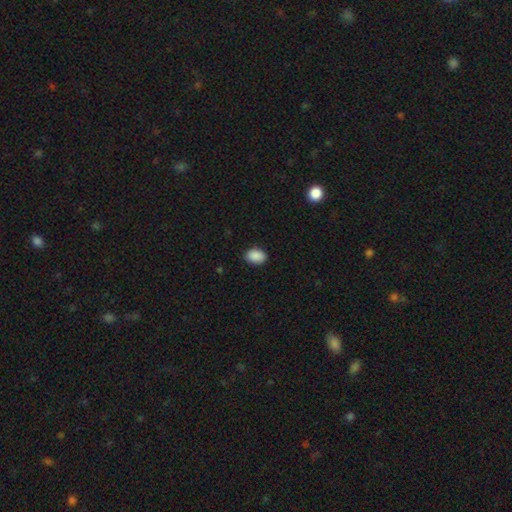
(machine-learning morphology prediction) The model was most divided on "how rounded": in between: 84%, round: 15%, cigar-shaped: 1%. More confident: smooth or featured — smooth (90%); merging — none (87%).